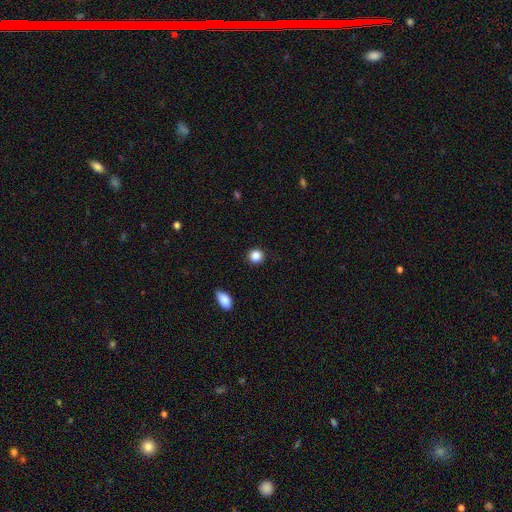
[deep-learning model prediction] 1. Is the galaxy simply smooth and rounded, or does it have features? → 87% smooth, 10% star or artifact, 3% featured or disk.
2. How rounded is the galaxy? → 90% round, 9% in between, 1% cigar-shaped.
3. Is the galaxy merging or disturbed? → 91% none, 6% minor disturbance, 2% major disturbance, 1% merger.